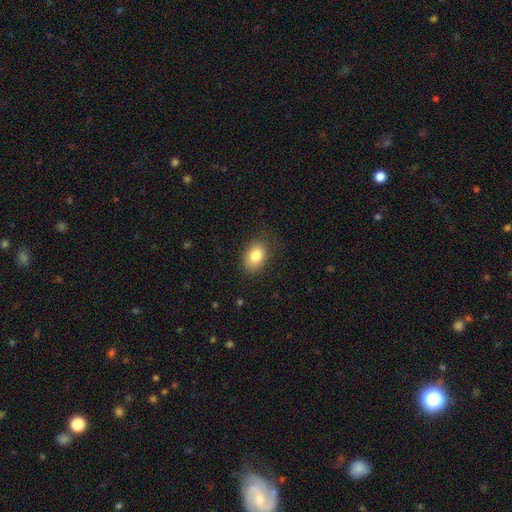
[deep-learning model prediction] Smooth or featured? smooth (82%)
How rounded? in between (77%)
Merging? none (82%)